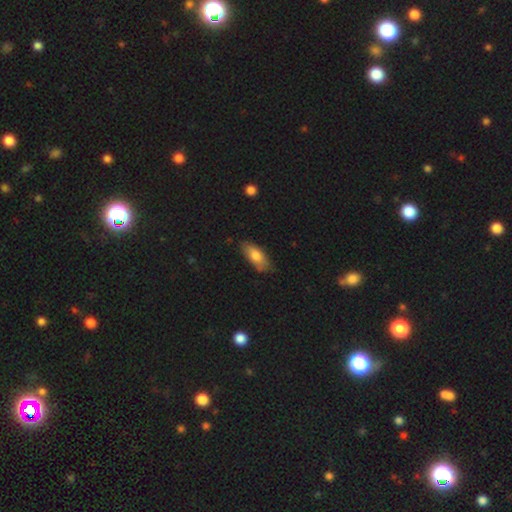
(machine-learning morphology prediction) smooth-or-featured: smooth: 76% | featured or disk: 18% | star or artifact: 6%
  how-rounded: in between: 83% | cigar-shaped: 15% | round: 2%
  merging: none: 76% | minor disturbance: 19% | major disturbance: 3% | merger: 2%